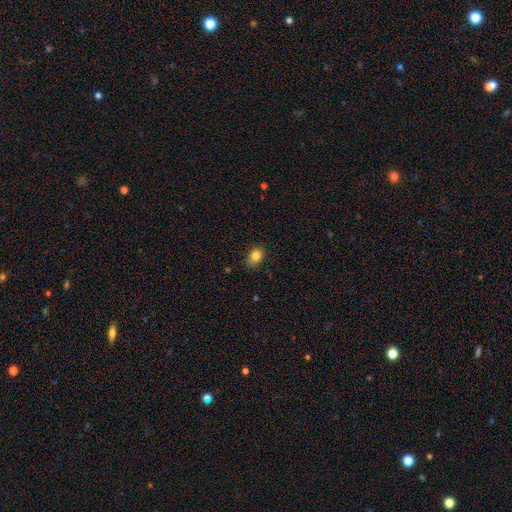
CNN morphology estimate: Q: Smooth or featured?
A: smooth (84%); runner-up: star or artifact (10%)
Q: How rounded?
A: in between (67%); runner-up: round (31%)
Q: Merging?
A: none (76%); runner-up: minor disturbance (19%)